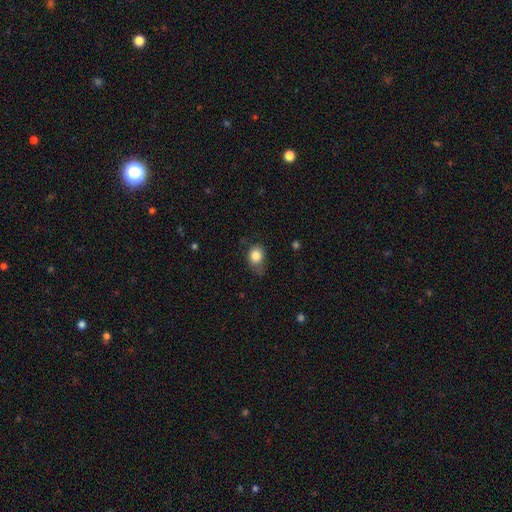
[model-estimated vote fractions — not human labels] Smooth or featured? smooth (83%)
How rounded? round (54%)
Merging? none (51%)